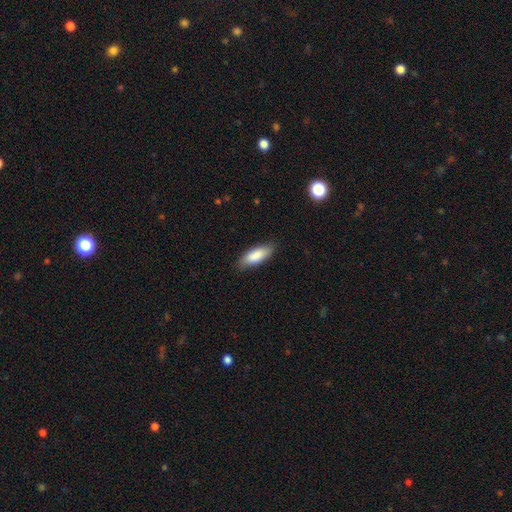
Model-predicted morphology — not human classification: The model was most divided on "how rounded": in between: 73%, cigar-shaped: 25%, round: 2%. More confident: smooth or featured — smooth (86%); merging — none (84%).